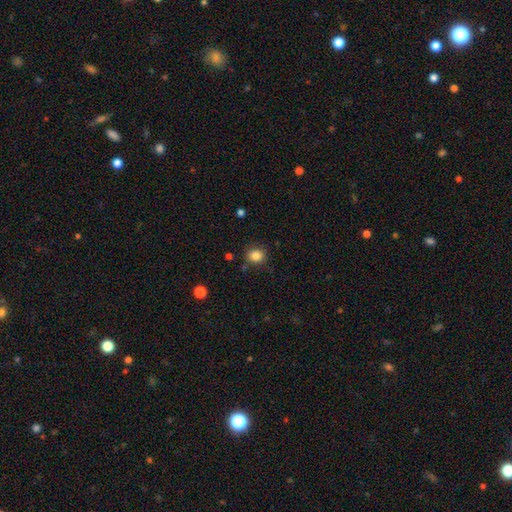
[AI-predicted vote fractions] Smooth or featured? Predicted: smooth (p=0.84). How rounded? Predicted: round (p=0.74). Merging? Predicted: none (p=0.83).